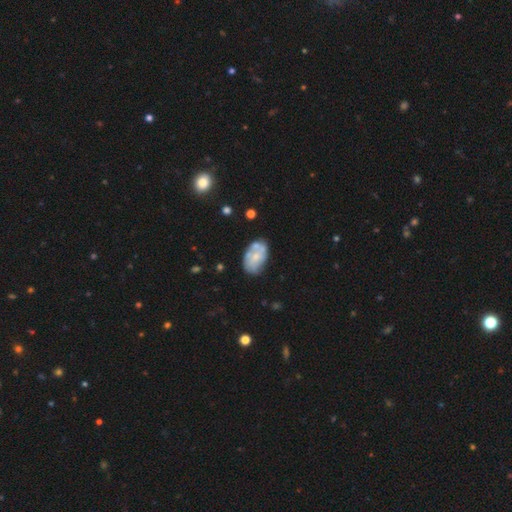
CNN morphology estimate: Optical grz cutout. It shows a featured or disk galaxy (50%). Merging: none (54%).